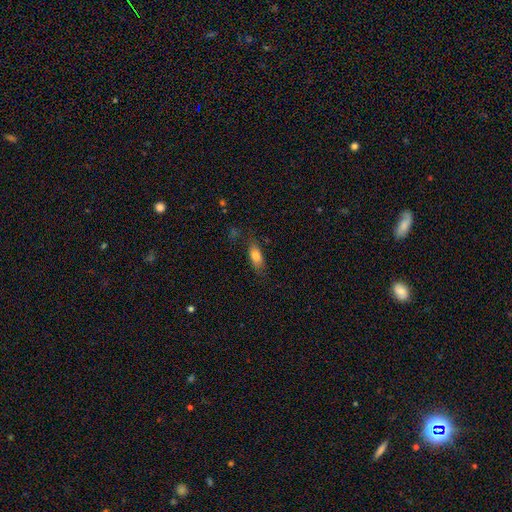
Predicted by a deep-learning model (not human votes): The model was most divided on "merging": none: 70%, minor disturbance: 21%, major disturbance: 8%, merger: 2%. More confident: smooth or featured — smooth (78%); how rounded — in between (77%).